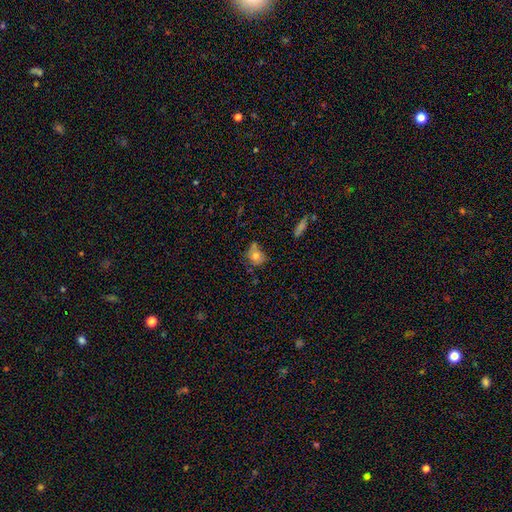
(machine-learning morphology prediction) This is likely a smooth galaxy (71%). How rounded: likely round (69%). Merging: possibly none (54%).